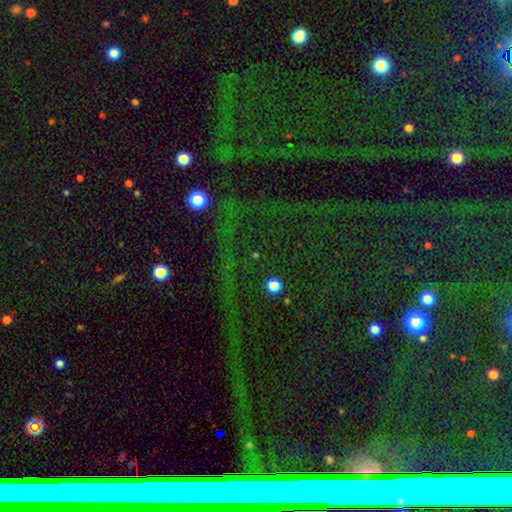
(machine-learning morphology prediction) type=star or artifact (67%).